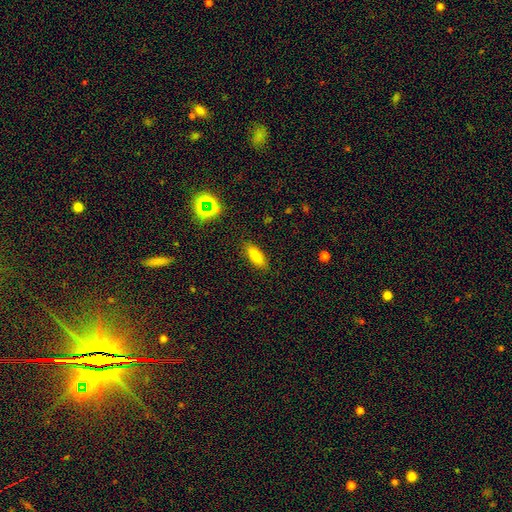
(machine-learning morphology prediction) smooth 76%, featured or disk 12%, star or artifact 11%. Down the decision tree: how rounded — in between (71%); merging — none (86%).